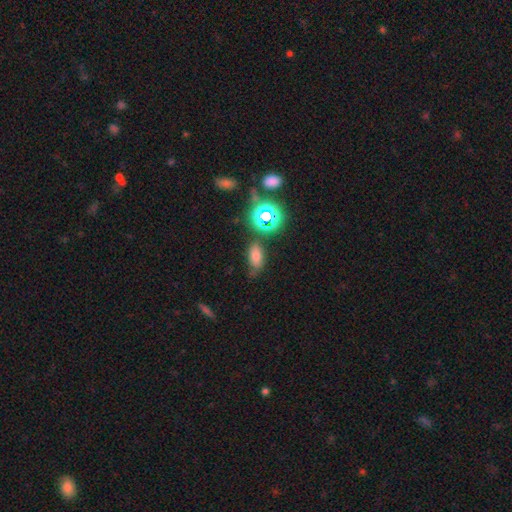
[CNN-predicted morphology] A smooth galaxy with no disk features (62%) that is in between round and cigar-shaped (84%). Merging: none (66%).